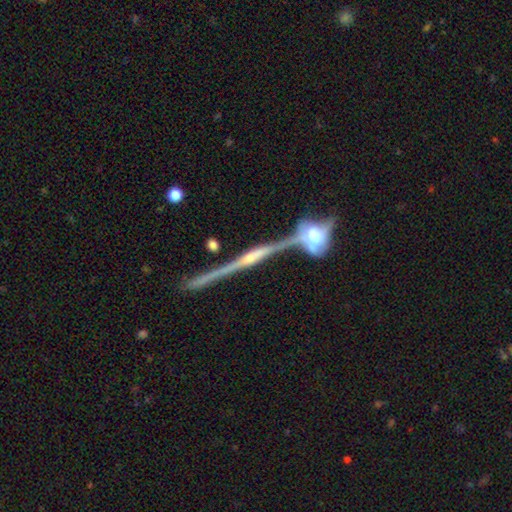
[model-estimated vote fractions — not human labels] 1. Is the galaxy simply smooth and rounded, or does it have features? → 86% featured or disk, 7% smooth, 7% star or artifact.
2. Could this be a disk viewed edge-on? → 97% yes, 3% no.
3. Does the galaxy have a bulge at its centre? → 80% rounded, 11% none, 9% boxy.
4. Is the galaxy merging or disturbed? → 70% none, 17% merger, 9% minor disturbance, 4% major disturbance.